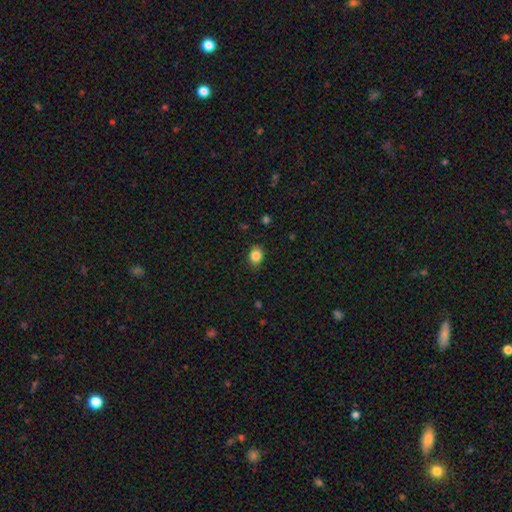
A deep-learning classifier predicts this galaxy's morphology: type=smooth (86%); roundness=round (53%); merging=none (85%).